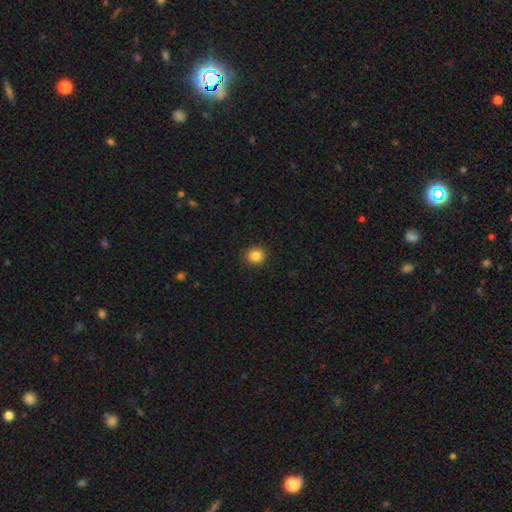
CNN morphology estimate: This is clearly a smooth galaxy (85%). How rounded: clearly round (85%). Merging: clearly none (91%).